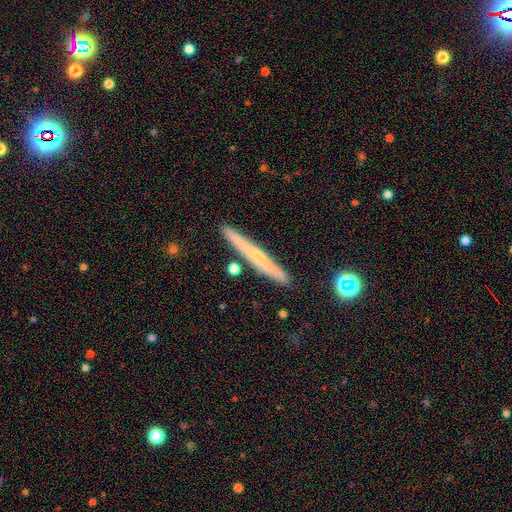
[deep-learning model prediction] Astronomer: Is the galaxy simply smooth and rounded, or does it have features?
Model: featured or disk — 52% (runner-up: smooth, 40%).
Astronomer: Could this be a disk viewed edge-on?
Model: yes — 94%.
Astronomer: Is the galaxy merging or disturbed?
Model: none — 88%.